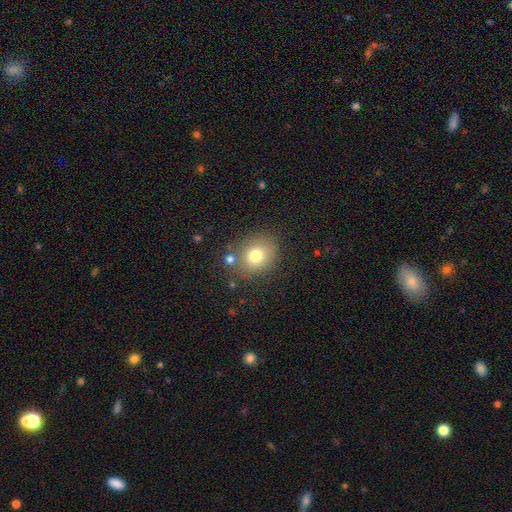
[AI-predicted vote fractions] smooth_or_featured: smooth (p=0.75) [alt: star or artifact p=0.13]
how_rounded: round (p=0.71) [alt: in between p=0.28]
merging: none (p=0.75) [alt: minor disturbance p=0.13]